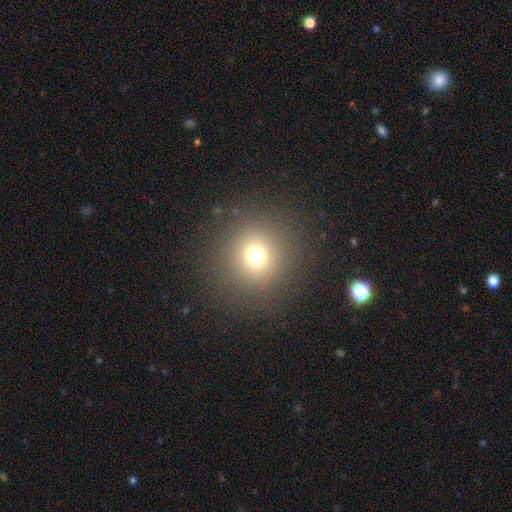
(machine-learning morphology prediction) A smooth galaxy with no disk features (70%) that is round (92%).

Vote fractions:
- Smooth or featured? smooth: 70% / star or artifact: 20% / featured or disk: 10%
- How rounded? round: 92% / in between: 7% / cigar-shaped: 1%
- Merging? none: 88% / minor disturbance: 6% / major disturbance: 4% / merger: 1%